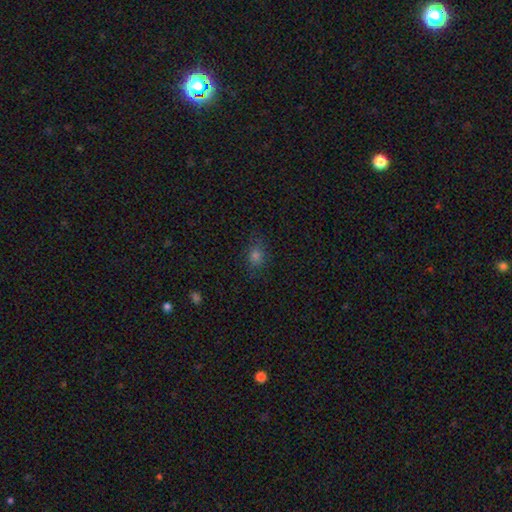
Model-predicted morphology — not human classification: Smooth or featured?
  - smooth: 71% *
  - star or artifact: 21%
  - featured or disk: 8%
How rounded?
  - round: 50% *
  - in between: 48%
  - cigar-shaped: 2%
Merging?
  - none: 79% *
  - minor disturbance: 15%
  - major disturbance: 4%
  - merger: 1%